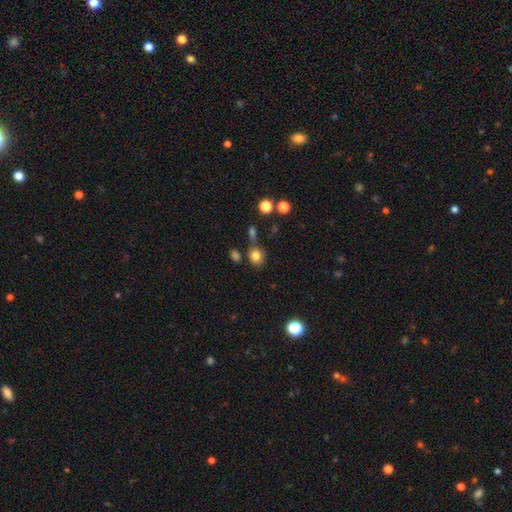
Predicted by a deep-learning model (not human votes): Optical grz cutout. It shows a smooth galaxy with no disk features (81%) that is round (72%). Merging: none (68%).